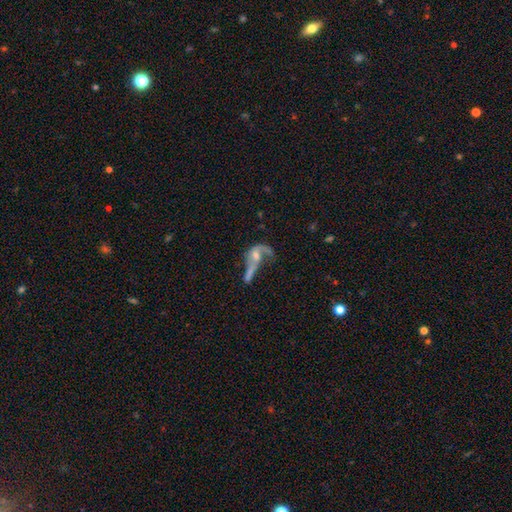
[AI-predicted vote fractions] The model was most divided on "merging": major disturbance: 39%, merger: 33%, none: 17%, minor disturbance: 11%. Remaining: edge-on disk — no (92%); bar — no (68%); smooth or featured — featured or disk (59%); spiral arms — yes (55%); bulge size — moderate (39%).